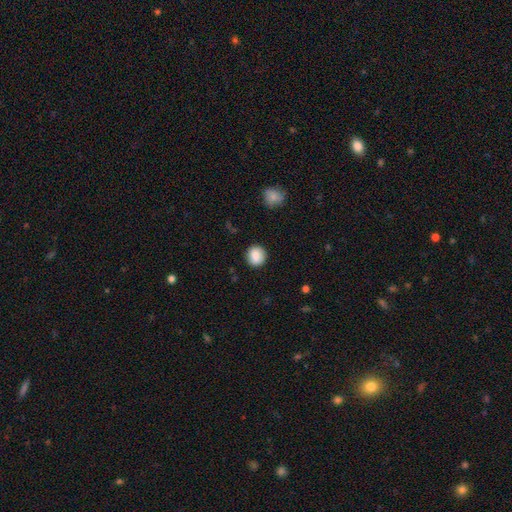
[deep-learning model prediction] Overall: smooth (86%). How rounded: round (89%). Merging: none (89%).